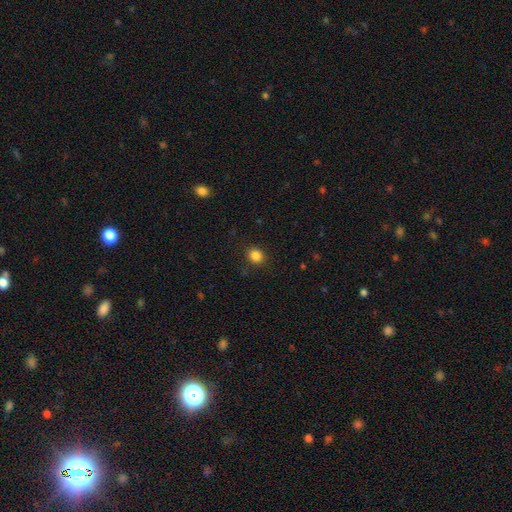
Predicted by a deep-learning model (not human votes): A smooth galaxy with no disk features (85%) that is round (78%).

Vote fractions:
- Smooth or featured? smooth: 85% / star or artifact: 11% / featured or disk: 4%
- How rounded? round: 78% / in between: 21% / cigar-shaped: 1%
- Merging? none: 88% / minor disturbance: 8% / major disturbance: 3% / merger: 1%